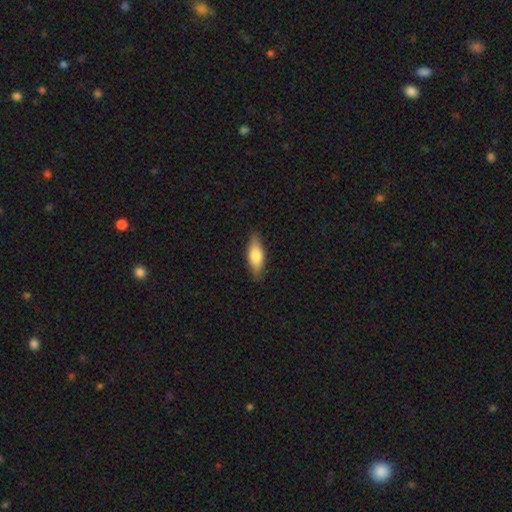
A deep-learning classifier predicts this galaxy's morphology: A smooth galaxy with no disk features (71%) that is in between round and cigar-shaped (68%). Merging: none (86%).